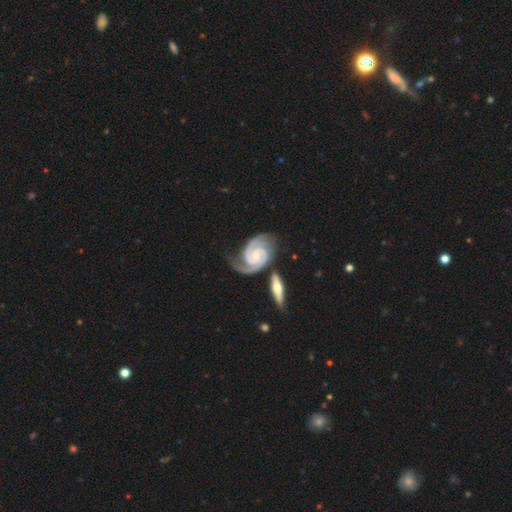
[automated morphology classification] This appears to be a featured or disk galaxy (93%) with no bar (54%), 2 (86%) tight (67%) spiral arms (99%) and a small central bulge (62%). Merging: none (63%).